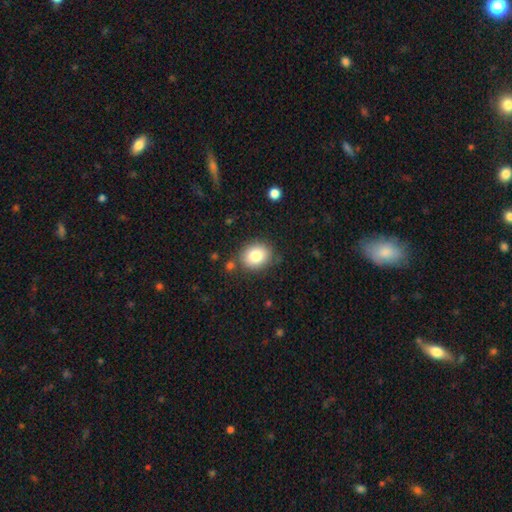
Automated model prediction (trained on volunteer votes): A smooth galaxy with no disk features (83%) that is round (53%).

Vote fractions:
- Smooth or featured? smooth: 83% / star or artifact: 9% / featured or disk: 9%
- How rounded? round: 53% / in between: 46% / cigar-shaped: 1%
- Merging? none: 81% / minor disturbance: 12% / merger: 4% / major disturbance: 3%